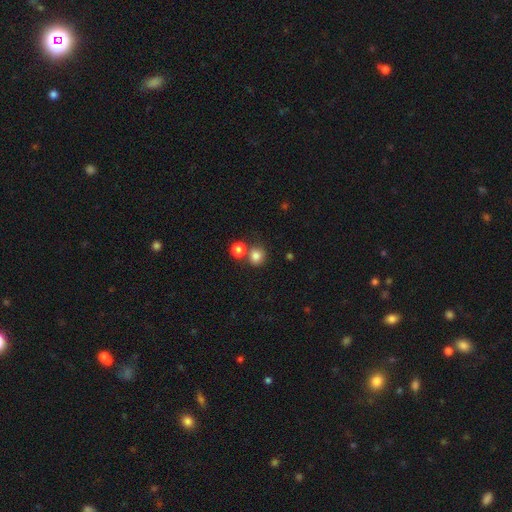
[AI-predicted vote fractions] Smooth or featured? smooth (82%)
How rounded? round (88%)
Merging? none (68%)